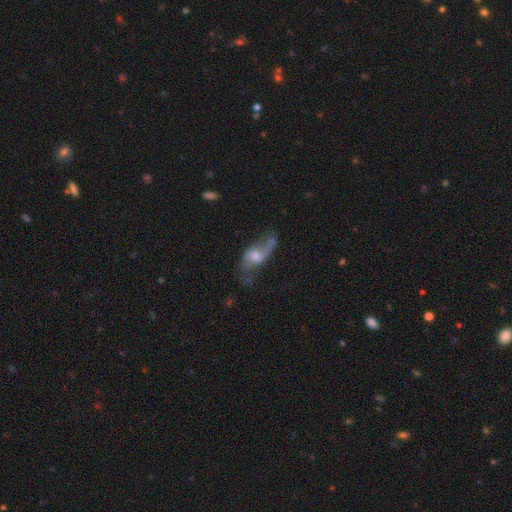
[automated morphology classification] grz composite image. It shows a featured or disk galaxy (72%) with no bar (49%), 2 (79%) loose (78%) spiral arms (85%) and a moderate central bulge (45%). Merging: none (48%).